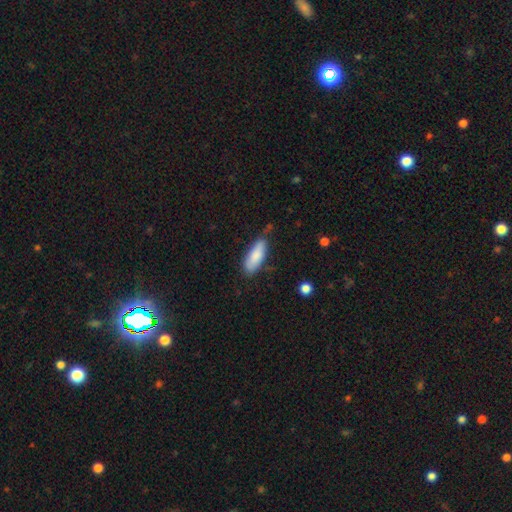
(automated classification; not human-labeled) Smooth or featured: smooth — 84% (featured or disk — 10%)
How rounded: in between — 67% (cigar-shaped — 31%)
Merging: none — 69% (minor disturbance — 24%)